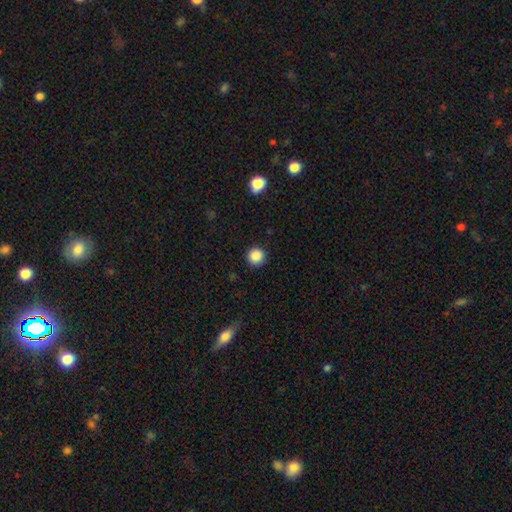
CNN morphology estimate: type=smooth (87%); roundness=round (94%); merging=none (91%).